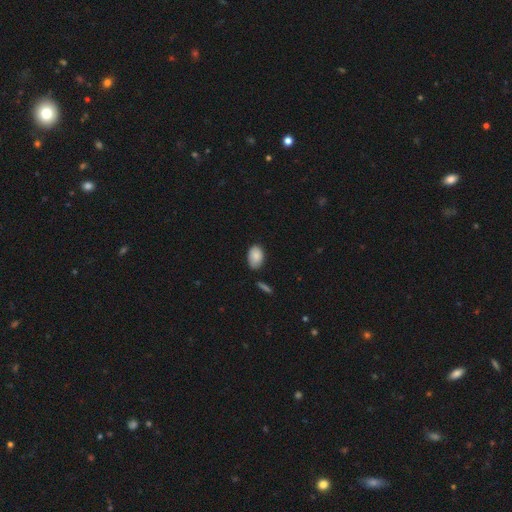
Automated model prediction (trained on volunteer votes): Smooth or featured: smooth — 86% (star or artifact — 7%)
How rounded: in between — 90% (round — 9%)
Merging: none — 73% (minor disturbance — 21%)